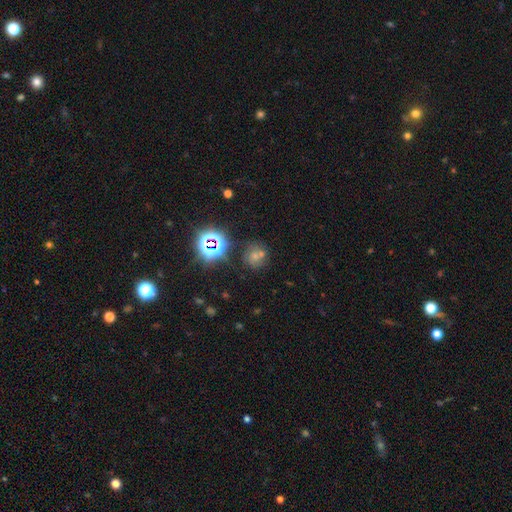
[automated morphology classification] Q: Smooth or featured?
A: smooth (47%); runner-up: star or artifact (34%)
Q: Merging?
A: none (53%); runner-up: merger (29%)